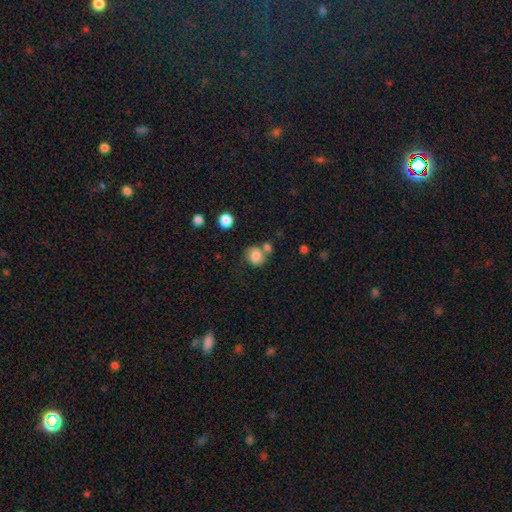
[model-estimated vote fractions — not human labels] smooth_or_featured: smooth (p=0.81) [alt: star or artifact p=0.10]
how_rounded: round (p=0.80) [alt: in between p=0.19]
merging: none (p=0.54) [alt: merger p=0.26]